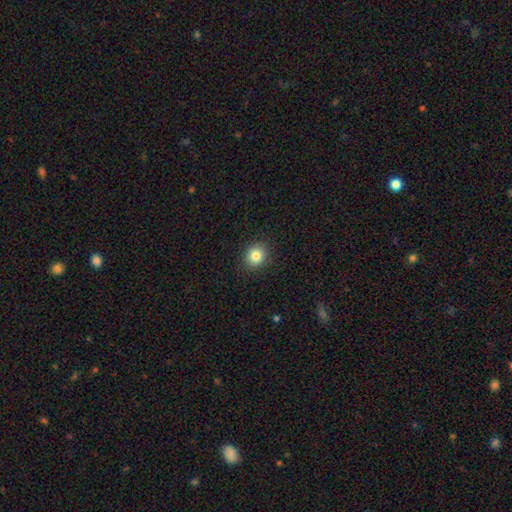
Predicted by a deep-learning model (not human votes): Smooth or featured? Predicted: smooth (p=0.83). How rounded? Predicted: round (p=0.75). Merging? Predicted: none (p=0.90).